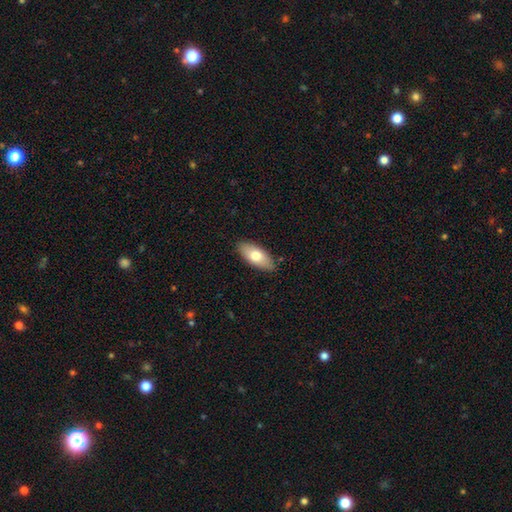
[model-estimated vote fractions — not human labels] Smooth or featured? smooth (72%)
How rounded? in between (86%)
Merging? none (87%)